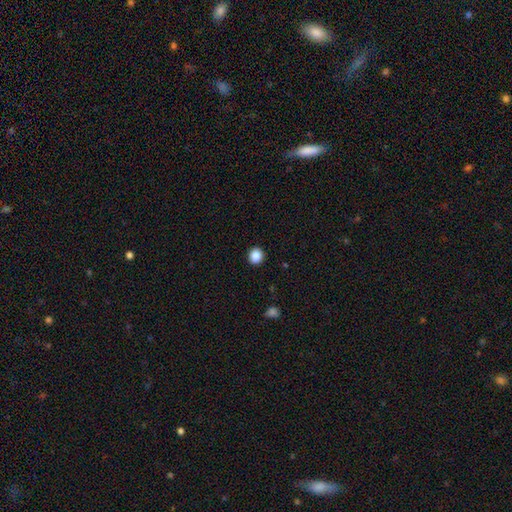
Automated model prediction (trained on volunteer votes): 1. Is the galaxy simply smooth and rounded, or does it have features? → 88% smooth, 10% star or artifact, 3% featured or disk.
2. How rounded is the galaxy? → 85% round, 14% in between, 1% cigar-shaped.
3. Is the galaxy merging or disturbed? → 92% none, 5% minor disturbance, 2% major disturbance, 1% merger.